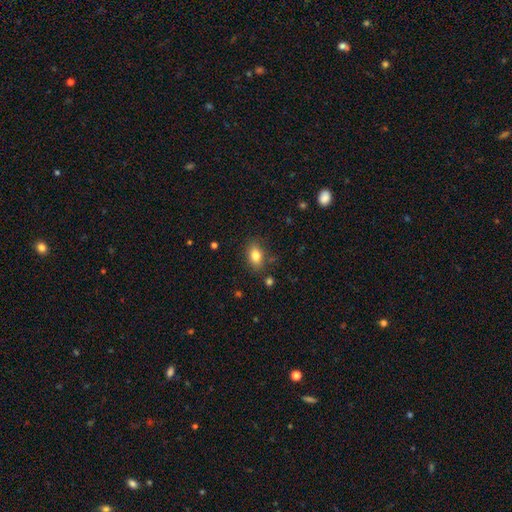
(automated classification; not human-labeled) A smooth galaxy with no disk features (82%) that is in between round and cigar-shaped (84%). Merging: none (82%).